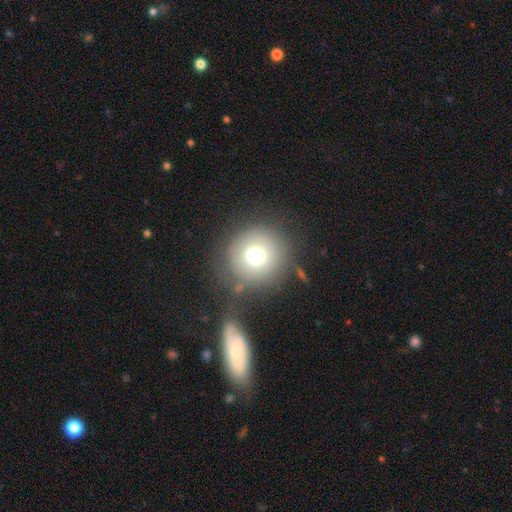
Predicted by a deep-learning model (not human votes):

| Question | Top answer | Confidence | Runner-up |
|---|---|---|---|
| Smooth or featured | smooth | 72% | star or artifact (14%) |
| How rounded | round | 94% | in between (5%) |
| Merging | none | 75% | minor disturbance (11%) |